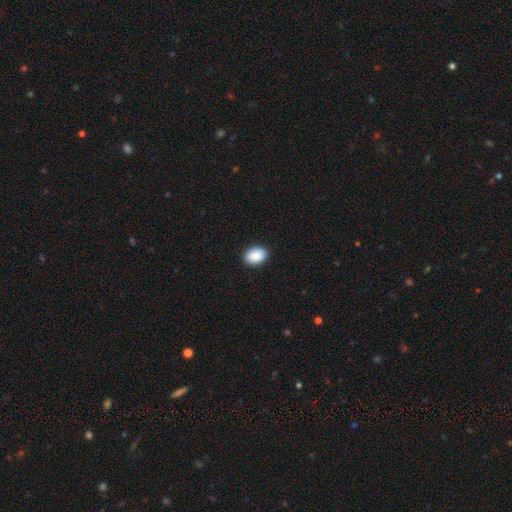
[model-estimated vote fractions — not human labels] This is clearly a smooth galaxy (90%). How rounded: clearly in between (84%). Merging: clearly none (90%).